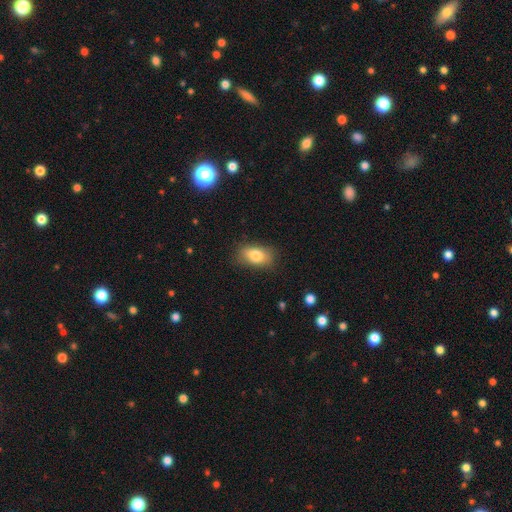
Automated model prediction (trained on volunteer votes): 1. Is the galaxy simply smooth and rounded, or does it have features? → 79% smooth, 13% featured or disk, 8% star or artifact.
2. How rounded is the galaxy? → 87% in between, 10% round, 3% cigar-shaped.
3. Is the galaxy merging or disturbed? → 81% none, 15% minor disturbance, 4% major disturbance, 1% merger.